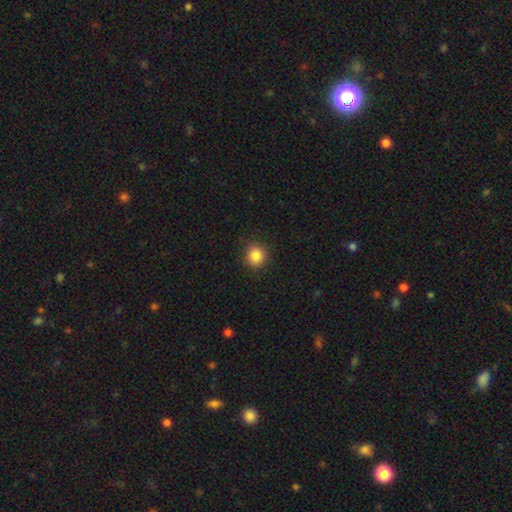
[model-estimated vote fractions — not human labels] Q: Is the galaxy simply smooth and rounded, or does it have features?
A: smooth — 86%.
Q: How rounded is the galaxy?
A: round — 89%.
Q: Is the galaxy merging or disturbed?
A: none — 89%.